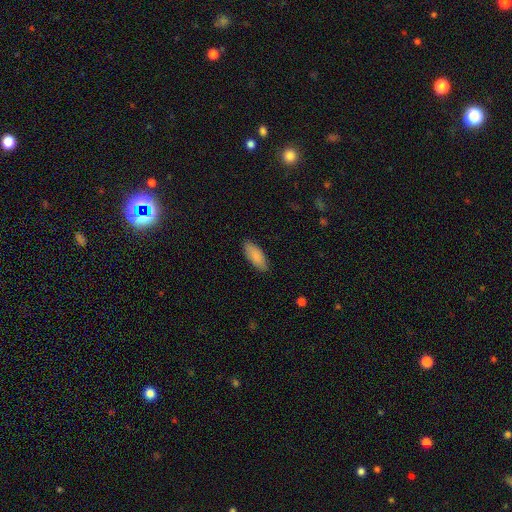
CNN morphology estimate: Smooth or featured? smooth (88%)
How rounded? in between (82%)
Merging? none (87%)